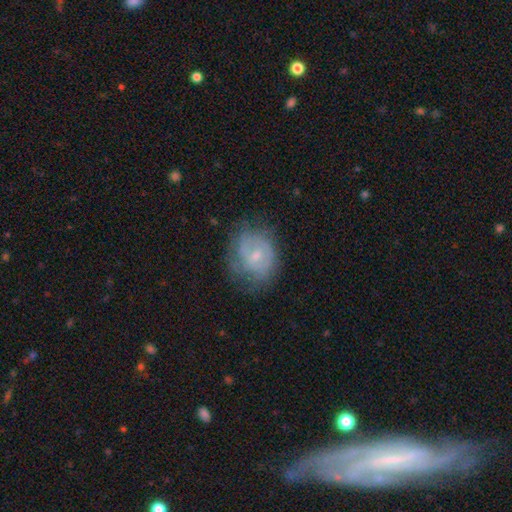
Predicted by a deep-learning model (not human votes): featured or disk 57%, smooth 35%, star or artifact 9%. Down the decision tree: edge-on disk — no (97%); bar — no (65%); spiral arms — yes (71%); bulge size — small (62%); merging — none (65%).